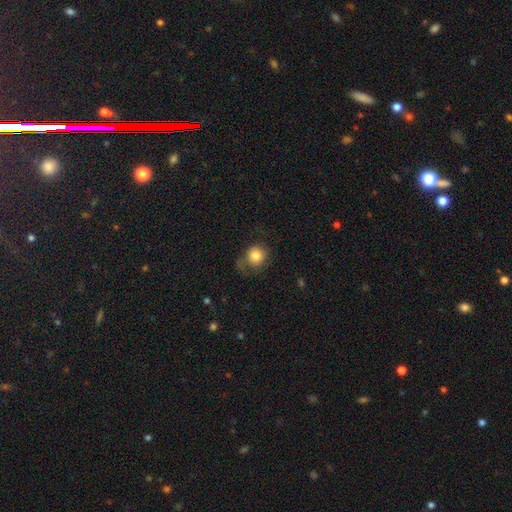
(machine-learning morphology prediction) Q: Smooth or featured?
A: smooth (81%); runner-up: featured or disk (10%)
Q: How rounded?
A: round (83%); runner-up: in between (16%)
Q: Merging?
A: none (54%); runner-up: minor disturbance (25%)